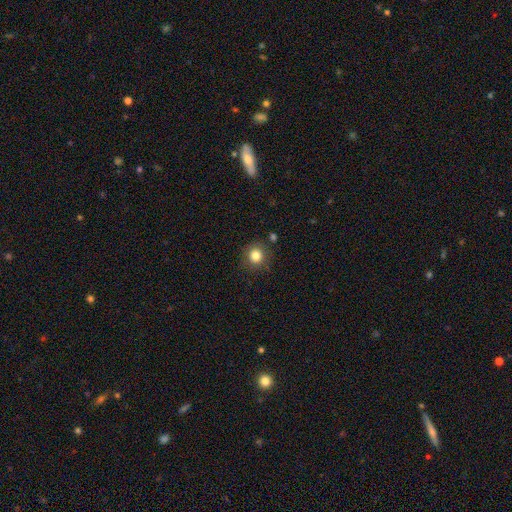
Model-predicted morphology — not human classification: This is clearly a smooth galaxy (82%). How rounded: clearly round (89%). Merging: clearly none (86%).